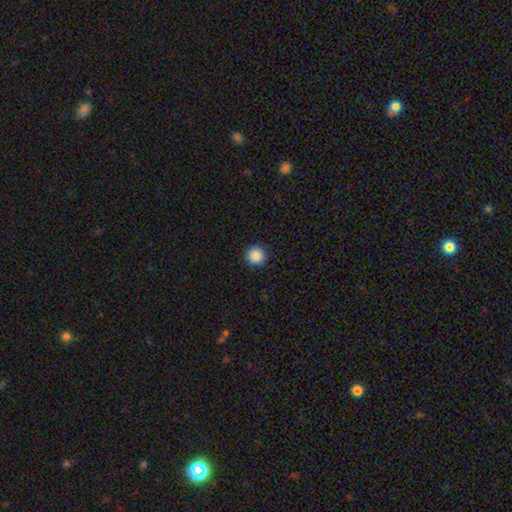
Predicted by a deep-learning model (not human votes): Smooth or featured?
  - smooth: 88% *
  - star or artifact: 9%
  - featured or disk: 3%
How rounded?
  - round: 96% *
  - in between: 3%
  - cigar-shaped: 1%
Merging?
  - none: 93% *
  - minor disturbance: 5%
  - major disturbance: 2%
  - merger: 1%